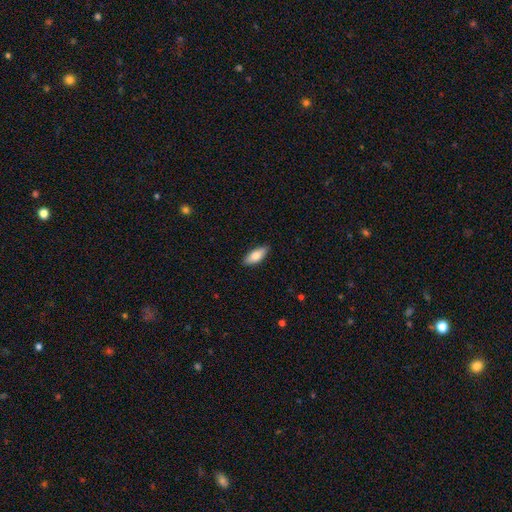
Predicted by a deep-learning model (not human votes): Smooth or featured? Predicted: smooth (p=0.79). How rounded? Predicted: in between (p=0.77). Merging? Predicted: none (p=0.88).